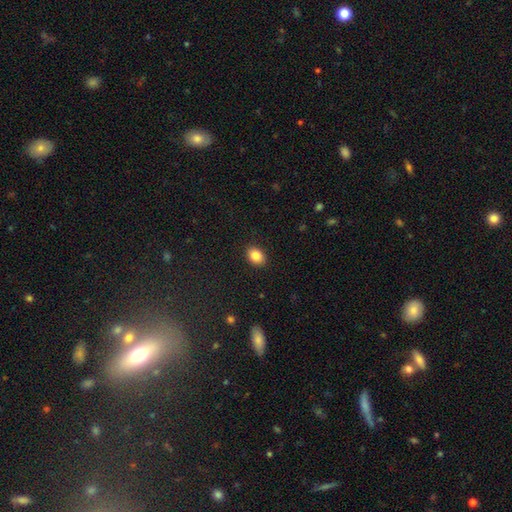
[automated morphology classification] The model was most divided on "how rounded": in between: 76%, round: 23%, cigar-shaped: 1%. More confident: merging — none (89%); smooth or featured — smooth (86%).